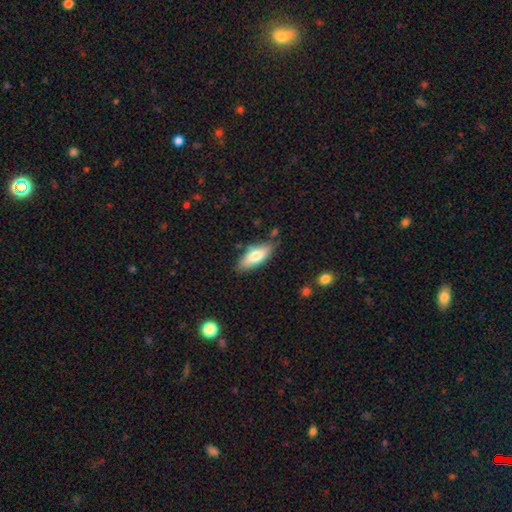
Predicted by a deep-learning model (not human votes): Smooth or featured? Predicted: smooth (p=0.73). How rounded? Predicted: in between (p=0.76). Merging? Predicted: none (p=0.77).